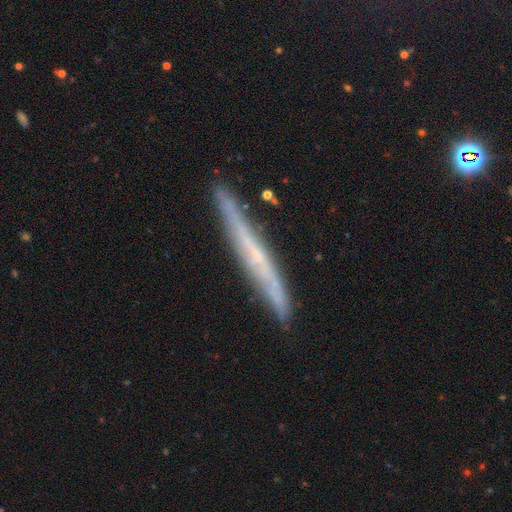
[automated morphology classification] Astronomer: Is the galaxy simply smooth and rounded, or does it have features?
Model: featured or disk — 69%.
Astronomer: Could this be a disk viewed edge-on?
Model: yes — 91%.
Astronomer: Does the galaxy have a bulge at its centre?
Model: none — 66%.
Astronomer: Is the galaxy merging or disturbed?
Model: none — 84%.